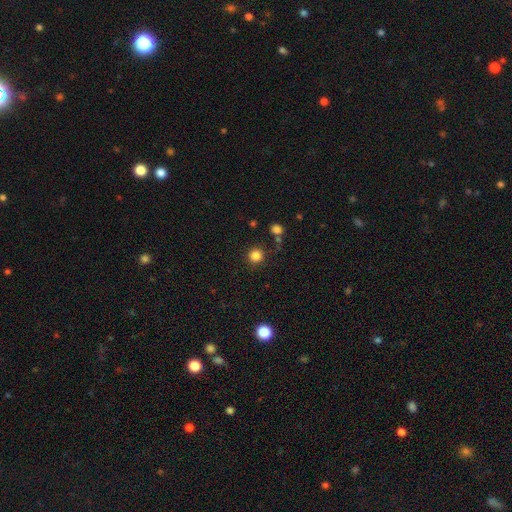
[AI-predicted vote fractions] The model was most divided on "smooth or featured": smooth: 83%, star or artifact: 12%, featured or disk: 4%. More confident: how rounded — round (94%); merging — none (85%).